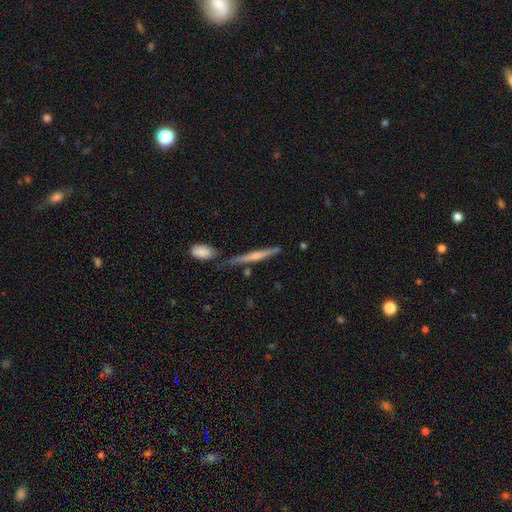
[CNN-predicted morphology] This is possibly a featured or disk galaxy (59%). It is clearly viewed edge-on (96%). Edge-on bulge: likely rounded (62%). Merging: likely none (76%).